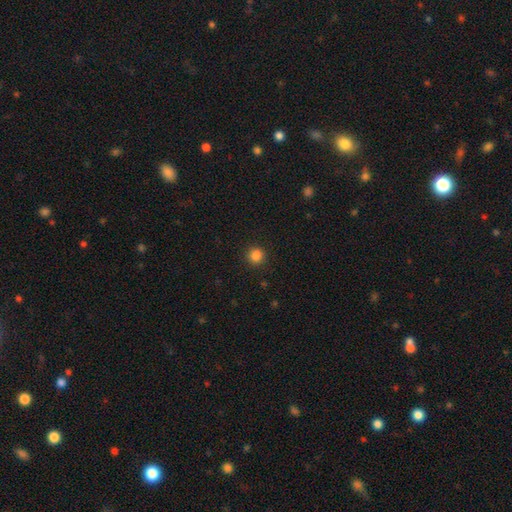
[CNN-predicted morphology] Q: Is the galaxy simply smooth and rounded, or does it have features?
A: smooth — 85%.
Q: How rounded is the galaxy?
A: round — 93%.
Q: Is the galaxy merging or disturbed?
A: none — 91%.